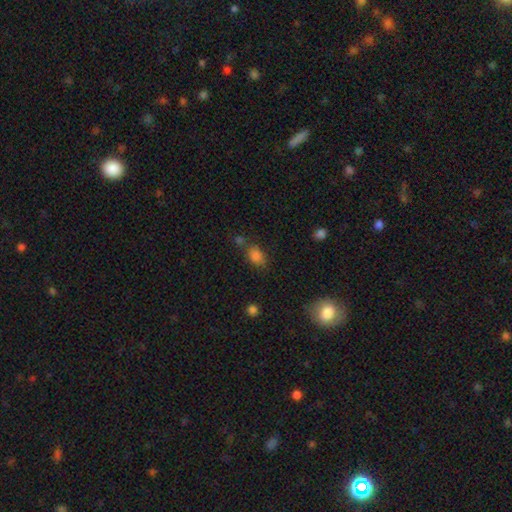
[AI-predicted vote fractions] Smooth or featured: smooth — 81% (star or artifact — 14%)
How rounded: in between — 80% (round — 18%)
Merging: none — 60% (minor disturbance — 18%)